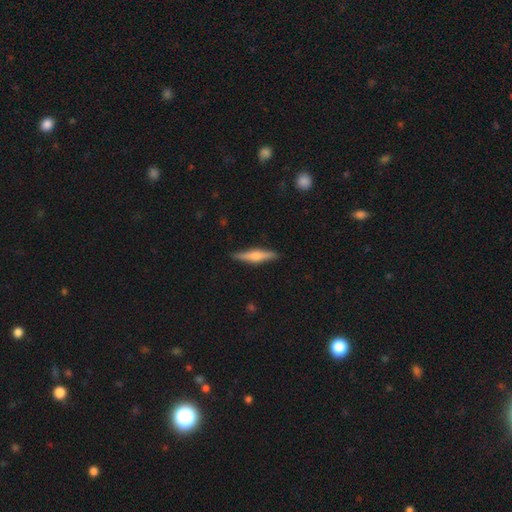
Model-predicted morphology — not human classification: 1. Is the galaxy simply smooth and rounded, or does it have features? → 49% featured or disk, 45% smooth, 6% star or artifact.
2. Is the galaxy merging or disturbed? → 89% none, 8% minor disturbance, 2% major disturbance, 1% merger.